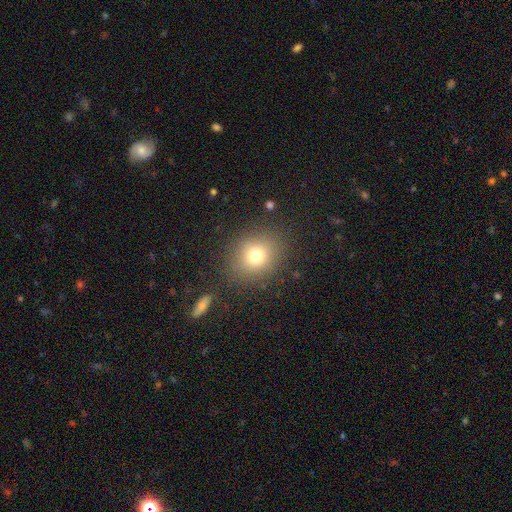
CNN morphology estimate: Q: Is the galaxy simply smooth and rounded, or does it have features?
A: smooth — 76%.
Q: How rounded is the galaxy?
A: round — 71%.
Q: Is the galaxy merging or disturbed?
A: none — 84%.